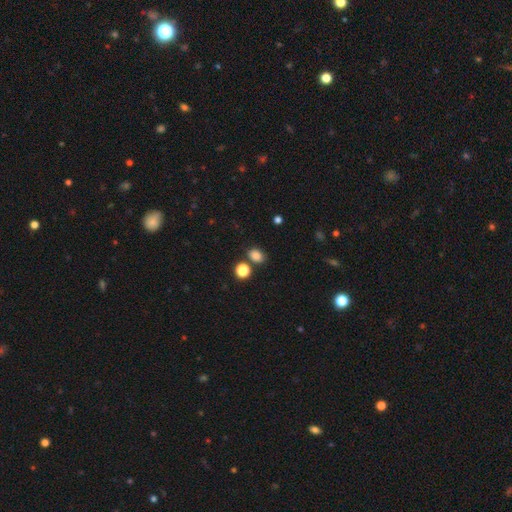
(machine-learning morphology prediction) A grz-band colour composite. It shows a smooth galaxy with no disk features (83%) that is in between round and cigar-shaped (58%). Merging: none (74%).